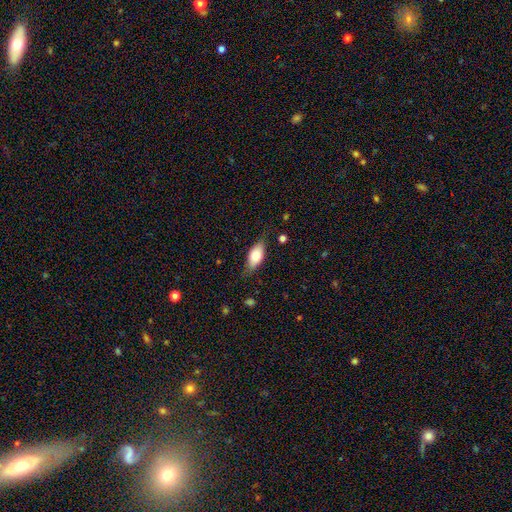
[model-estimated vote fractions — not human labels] Morphology: type=smooth (72%); roundness=in between (86%); merging=none (75%).